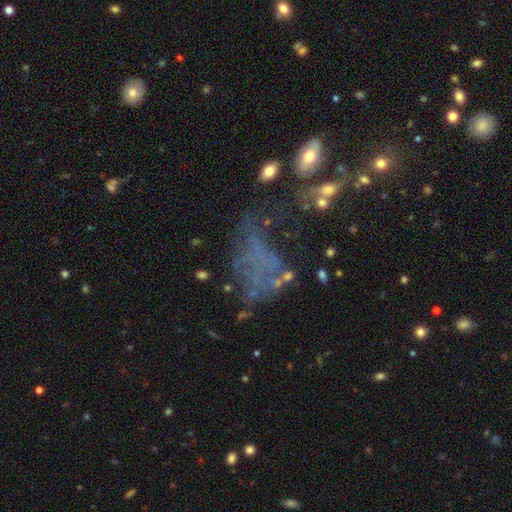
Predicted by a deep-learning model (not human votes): smooth-or-featured: featured or disk: 44% | smooth: 28% | star or artifact: 28%
  merging: major disturbance: 41% | none: 30% | minor disturbance: 17% | merger: 12%